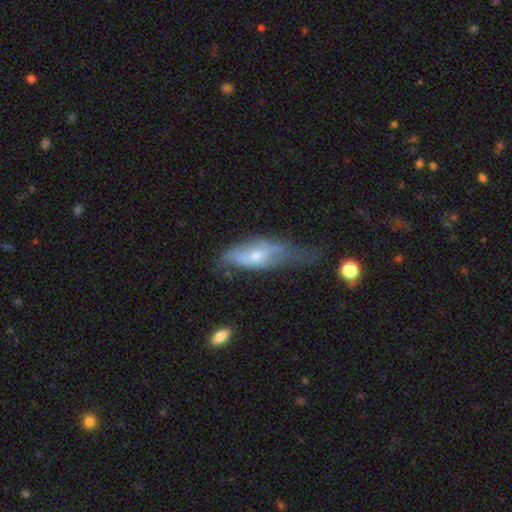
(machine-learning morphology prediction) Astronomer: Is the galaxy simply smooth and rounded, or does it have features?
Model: featured or disk — 52% (runner-up: smooth, 41%).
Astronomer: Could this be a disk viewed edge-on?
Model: no — 74%.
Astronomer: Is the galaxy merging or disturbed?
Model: major disturbance — 35%, tied with minor disturbance at 35%.